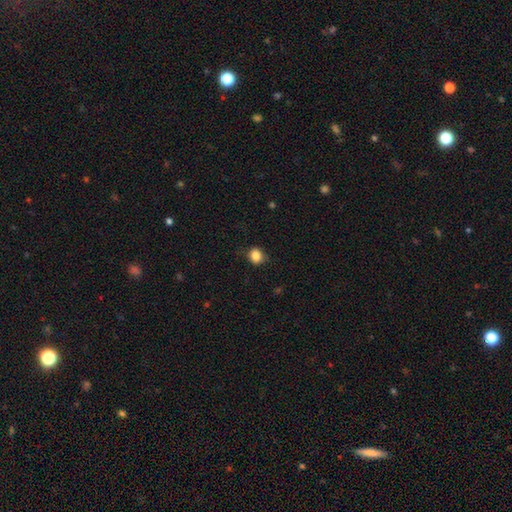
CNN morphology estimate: The model was most divided on "how rounded": round: 69%, in between: 30%, cigar-shaped: 1%. More confident: smooth or featured — smooth (85%); merging — none (78%).